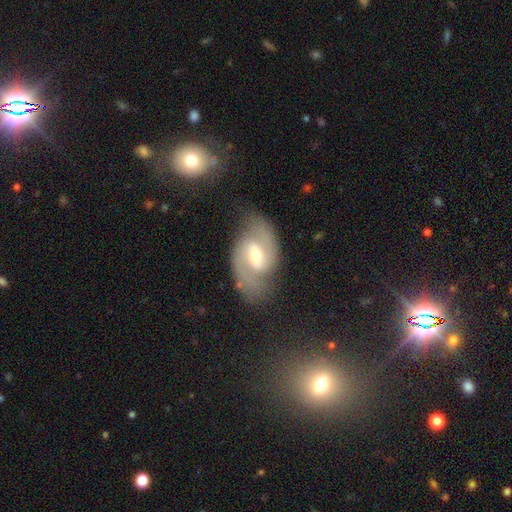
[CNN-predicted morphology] Smooth or featured?
  - featured or disk: 83% *
  - smooth: 11%
  - star or artifact: 6%
Edge-on disk?
  - no: 97% *
  - yes: 3%
Bar?
  - weak: 54% *
  - strong: 26%
  - no: 20%
Spiral arms?
  - yes: 94% *
  - no: 6%
Spiral winding?
  - medium: 54% *
  - loose: 24%
  - tight: 22%
Spiral arm count?
  - 2: 91% *
  - can't tell: 5%
  - 1: 2%
  - 3: 1%
  - 4: 1%
  - more than 4: 1%
Bulge size?
  - moderate: 63% *
  - small: 31%
  - large: 4%
  - none: 1%
  - dominant: 1%
Merging?
  - none: 73% *
  - minor disturbance: 17%
  - major disturbance: 7%
  - merger: 3%